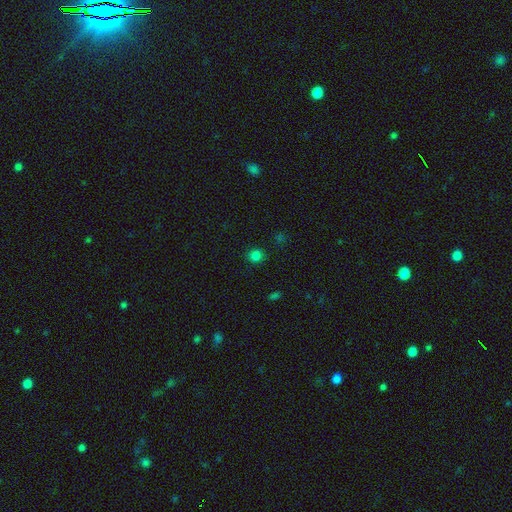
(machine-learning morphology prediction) Smooth or featured: smooth — 80% (star or artifact — 16%)
How rounded: round — 87% (in between — 12%)
Merging: none — 89% (minor disturbance — 7%)